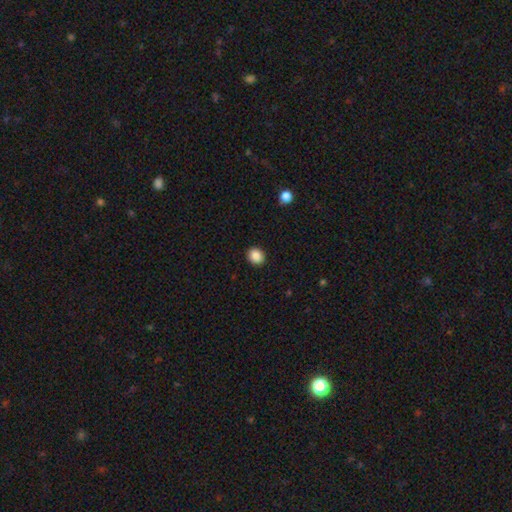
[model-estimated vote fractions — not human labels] A smooth galaxy with no disk features (88%) that is round (74%).

Vote fractions:
- Smooth or featured? smooth: 88% / star or artifact: 9% / featured or disk: 3%
- How rounded? round: 74% / in between: 25% / cigar-shaped: 1%
- Merging? none: 92% / minor disturbance: 5% / major disturbance: 2% / merger: 1%